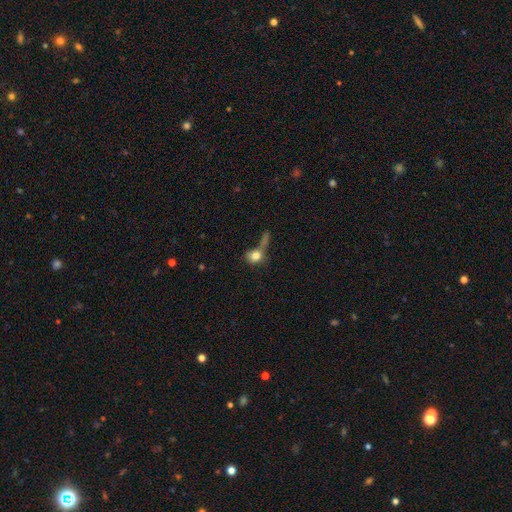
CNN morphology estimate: Smooth or featured?
  - smooth: 76% *
  - featured or disk: 14%
  - star or artifact: 11%
How rounded?
  - round: 57% *
  - in between: 39%
  - cigar-shaped: 4%
Merging?
  - none: 29% * (tied)
  - merger: 29% * (tied)
  - major disturbance: 27%
  - minor disturbance: 16%